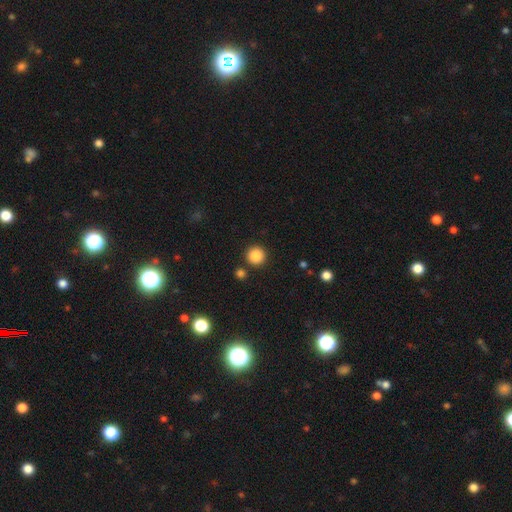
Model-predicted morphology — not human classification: The model was most divided on "smooth or featured": smooth: 87%, star or artifact: 9%, featured or disk: 3%. More confident: how rounded — round (95%); merging — none (87%).